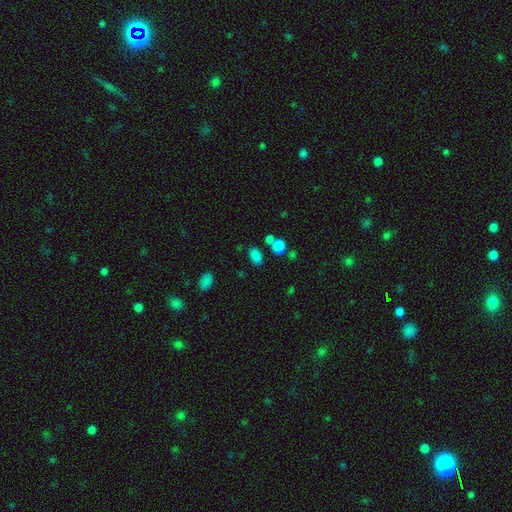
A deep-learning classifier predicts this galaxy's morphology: This appears to be a smooth galaxy with no disk features (82%) that is in between round and cigar-shaped (83%). Merging: none (70%).